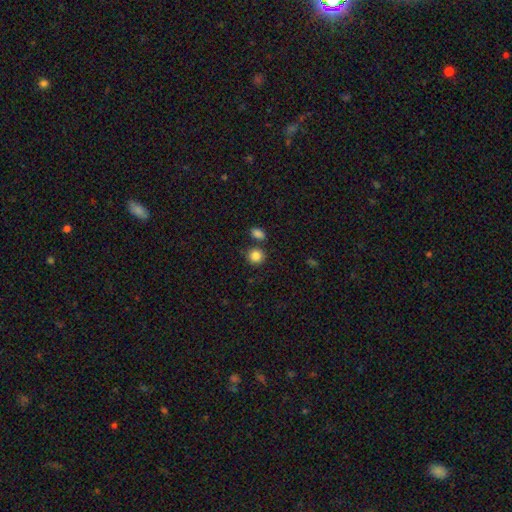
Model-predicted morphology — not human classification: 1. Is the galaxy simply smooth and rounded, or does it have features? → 86% smooth, 10% star or artifact, 5% featured or disk.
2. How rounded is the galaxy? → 86% round, 13% in between, 1% cigar-shaped.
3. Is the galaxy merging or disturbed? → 76% none, 12% merger, 9% minor disturbance, 3% major disturbance.